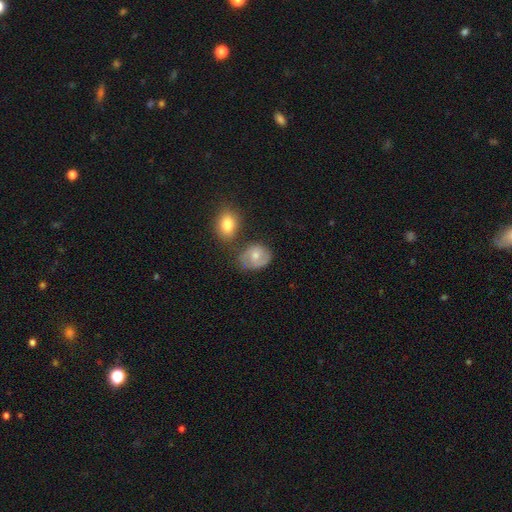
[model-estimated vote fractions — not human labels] smooth 57%, featured or disk 35%, star or artifact 8%. Down the decision tree: how rounded — round (51%); merging — none (54%).